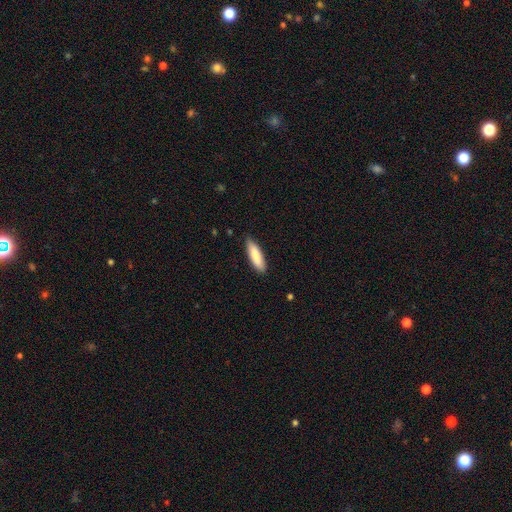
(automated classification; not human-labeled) Smooth or featured? smooth (85%)
How rounded? cigar-shaped (62%)
Merging? none (85%)